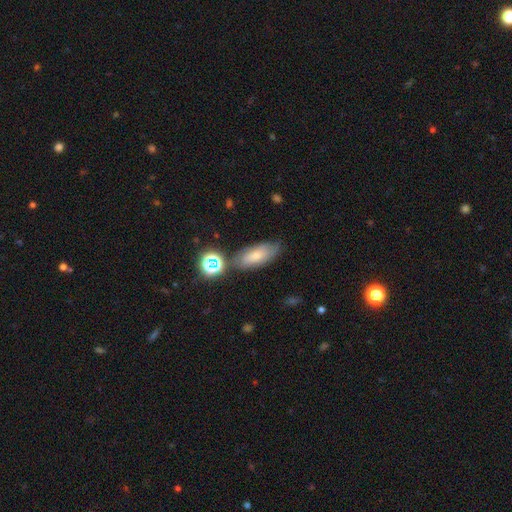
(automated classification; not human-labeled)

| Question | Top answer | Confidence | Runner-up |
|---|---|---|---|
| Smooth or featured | smooth | 63% | featured or disk (23%) |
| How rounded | in between | 83% | cigar-shaped (11%) |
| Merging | none | 65% | minor disturbance (21%) |